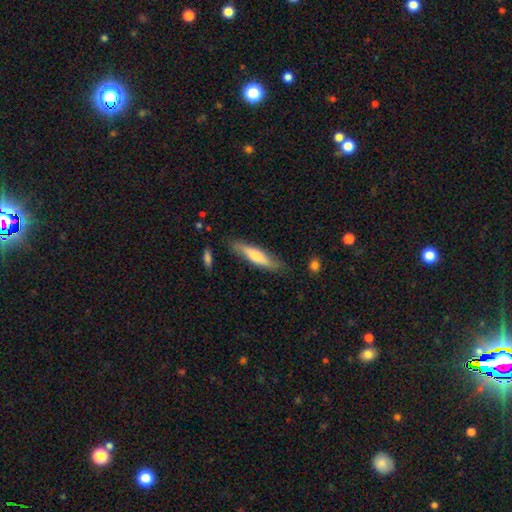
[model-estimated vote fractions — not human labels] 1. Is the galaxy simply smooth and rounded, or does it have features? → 57% smooth, 38% featured or disk, 6% star or artifact.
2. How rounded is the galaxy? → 78% cigar-shaped, 21% in between, 2% round.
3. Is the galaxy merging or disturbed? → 79% none, 16% minor disturbance, 3% major disturbance, 2% merger.